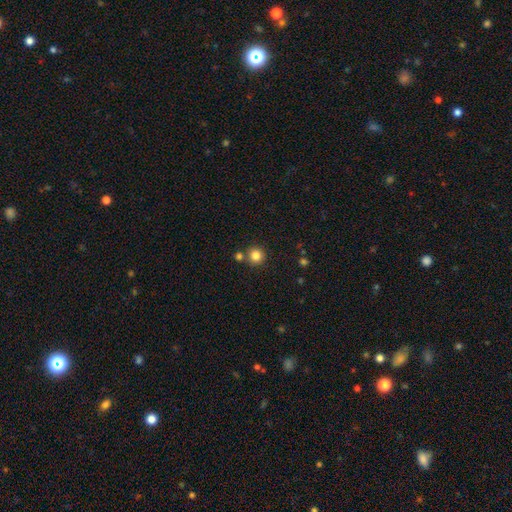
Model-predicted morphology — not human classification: Smooth or featured: smooth — 83% (star or artifact — 12%)
How rounded: round — 94% (in between — 5%)
Merging: none — 79% (merger — 12%)